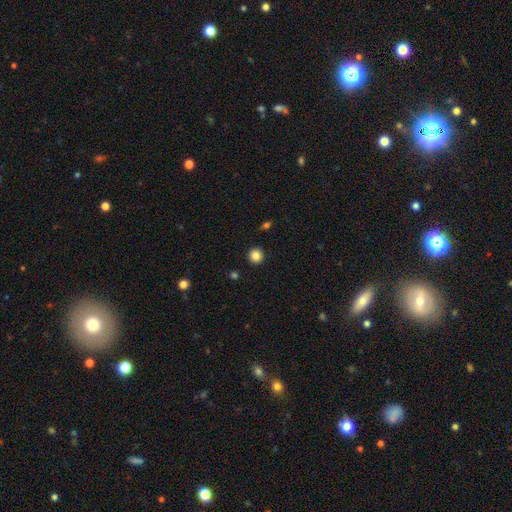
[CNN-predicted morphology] type=smooth (85%); roundness=round (94%); merging=none (93%).